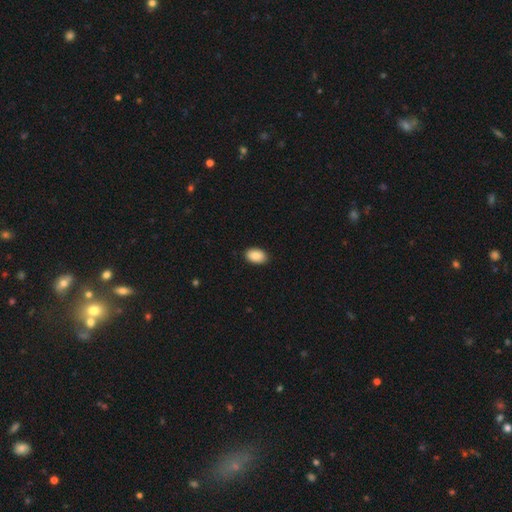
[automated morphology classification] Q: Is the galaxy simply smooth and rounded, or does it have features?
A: smooth — 89%.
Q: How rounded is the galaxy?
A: in between — 90%.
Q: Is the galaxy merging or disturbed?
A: none — 88%.